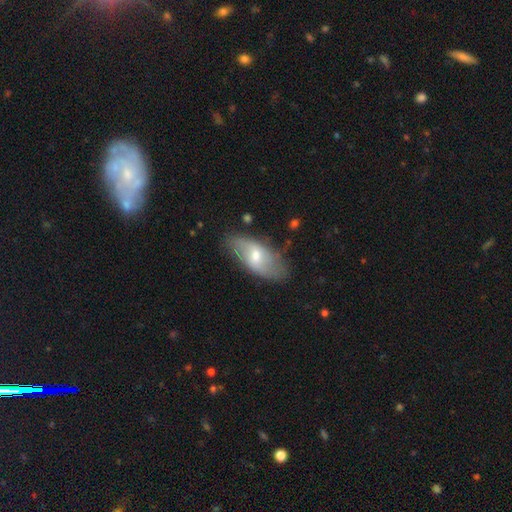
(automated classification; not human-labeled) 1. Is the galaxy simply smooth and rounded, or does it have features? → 47% featured or disk, 46% smooth, 7% star or artifact.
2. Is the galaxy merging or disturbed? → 75% none, 19% minor disturbance, 5% major disturbance, 2% merger.